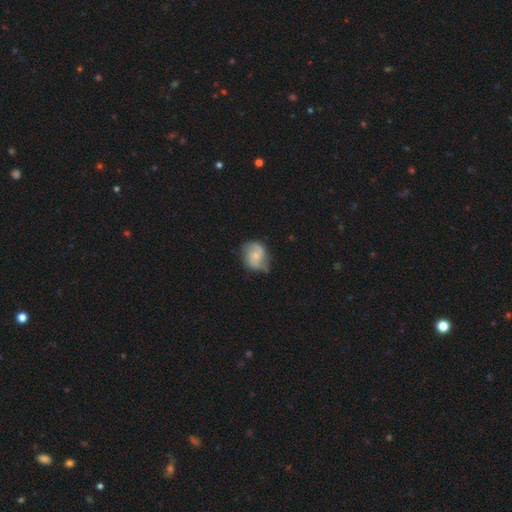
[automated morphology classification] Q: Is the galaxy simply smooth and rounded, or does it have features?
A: featured or disk — 64%.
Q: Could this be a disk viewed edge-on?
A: no — 97%.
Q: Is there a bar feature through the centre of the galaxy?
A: no — 62%.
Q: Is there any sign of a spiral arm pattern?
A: yes — 91%.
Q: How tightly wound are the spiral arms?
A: medium — 45%.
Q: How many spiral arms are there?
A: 2 — 83%.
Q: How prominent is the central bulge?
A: small — 57%.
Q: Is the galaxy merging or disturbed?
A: none — 60%.